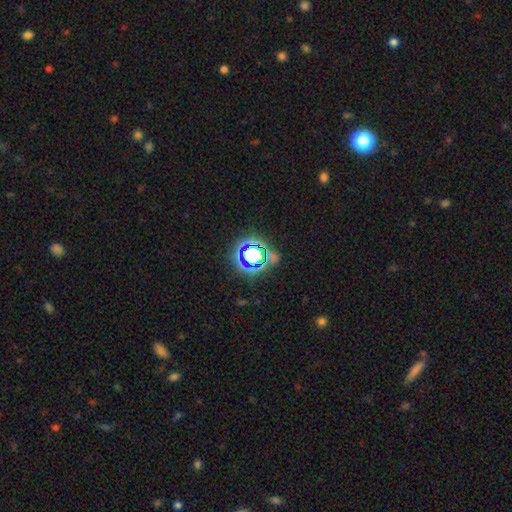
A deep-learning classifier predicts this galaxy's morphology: A star or artifact, not a galaxy (57%).